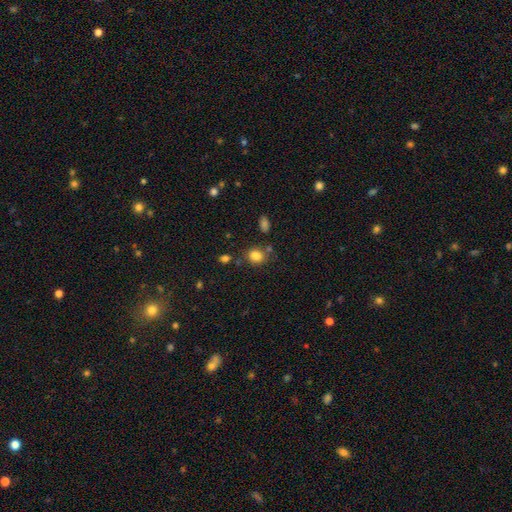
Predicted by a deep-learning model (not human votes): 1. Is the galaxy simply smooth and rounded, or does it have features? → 82% smooth, 12% star or artifact, 6% featured or disk.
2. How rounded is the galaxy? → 56% round, 42% in between, 1% cigar-shaped.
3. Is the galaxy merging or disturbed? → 69% none, 15% minor disturbance, 10% merger, 5% major disturbance.